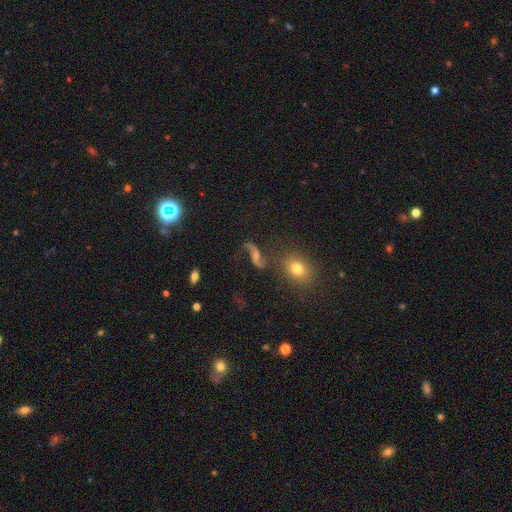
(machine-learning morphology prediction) This appears to be a featured or disk galaxy (78%) with no bar (52%), 2 (92%) loose (89%) spiral arms (93%) and a small central bulge (43%). Merging: none (63%).